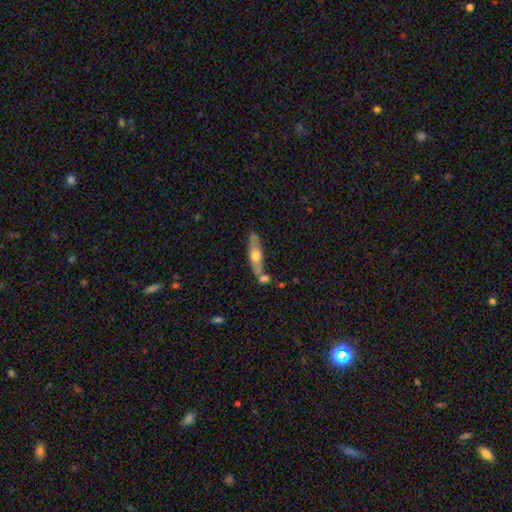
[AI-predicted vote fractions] A featured or disk galaxy (48%). Merging: none (58%).